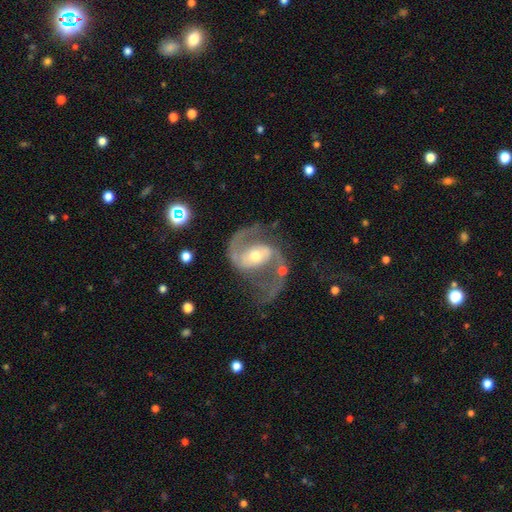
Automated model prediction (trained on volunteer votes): featured or disk 90%, star or artifact 5%, smooth 5%. Down the decision tree: edge-on disk — no (98%); bar — weak (38%); spiral arms — yes (97%); spiral arm count — 2 (92%); spiral winding — medium (54%); bulge size — moderate (56%); merging — none (62%).